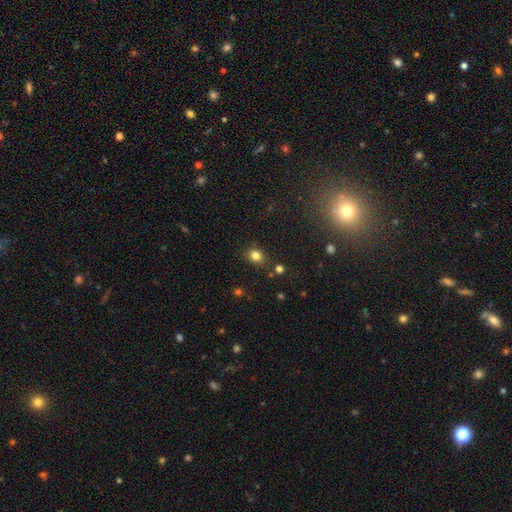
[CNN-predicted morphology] smooth-or-featured: smooth: 81% | star or artifact: 13% | featured or disk: 6%
  how-rounded: round: 55% | in between: 44% | cigar-shaped: 1%
  merging: none: 81% | minor disturbance: 12% | merger: 4% | major disturbance: 3%